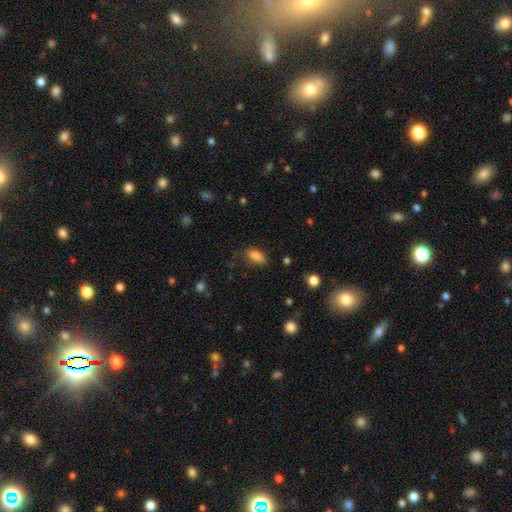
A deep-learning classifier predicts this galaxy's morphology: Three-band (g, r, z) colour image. It shows a smooth galaxy with no disk features (84%) that is in between round and cigar-shaped (87%). Merging: none (64%).